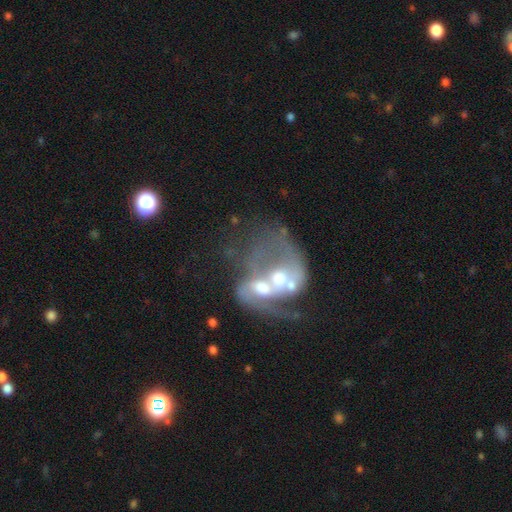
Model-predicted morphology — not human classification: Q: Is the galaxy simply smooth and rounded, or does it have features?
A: featured or disk — 74%.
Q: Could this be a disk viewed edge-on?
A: no — 96%.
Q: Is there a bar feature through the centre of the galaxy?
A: no — 60%.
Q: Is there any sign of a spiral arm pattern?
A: yes — 65%.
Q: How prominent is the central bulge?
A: moderate — 60%.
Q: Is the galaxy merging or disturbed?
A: merger — 78%.